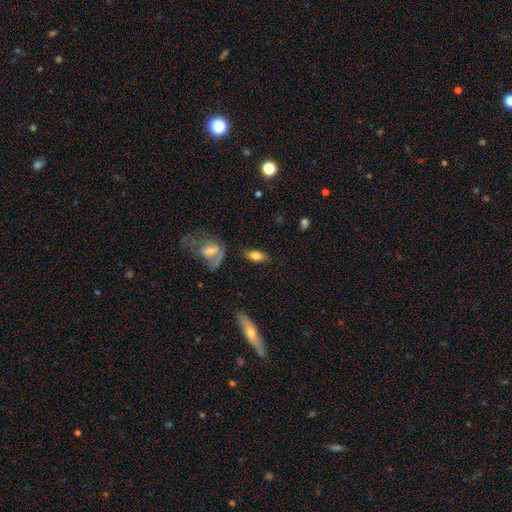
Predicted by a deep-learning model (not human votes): Smooth or featured?
  - smooth: 77% *
  - featured or disk: 16%
  - star or artifact: 8%
How rounded?
  - in between: 87% *
  - cigar-shaped: 9%
  - round: 4%
Merging?
  - none: 81% *
  - minor disturbance: 12%
  - major disturbance: 4%
  - merger: 3%